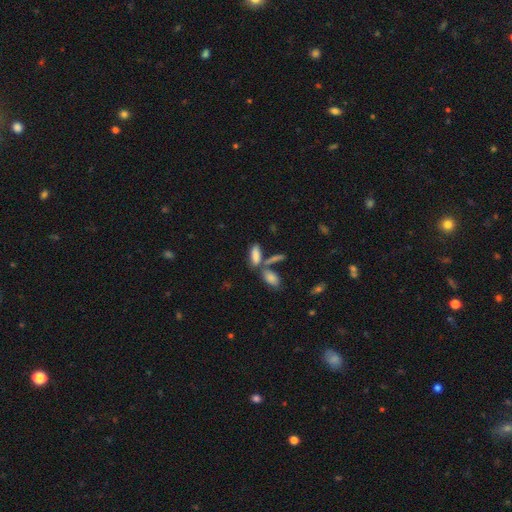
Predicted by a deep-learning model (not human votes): This appears to be a smooth galaxy with no disk features (80%) that is in between round and cigar-shaped (69%). Merging: none (45%).